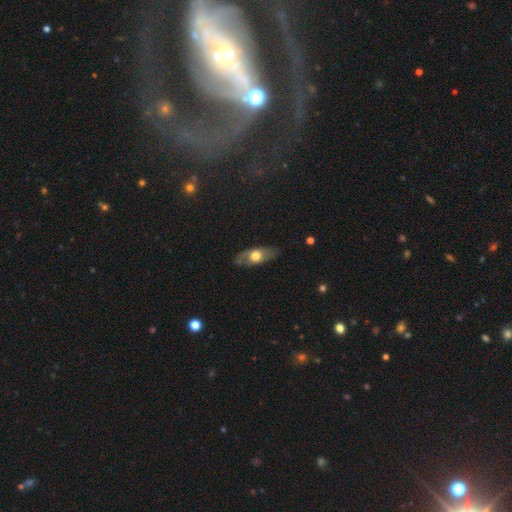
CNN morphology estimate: featured or disk 47%, smooth 46%, star or artifact 6%. Down the decision tree: merging — none (76%).